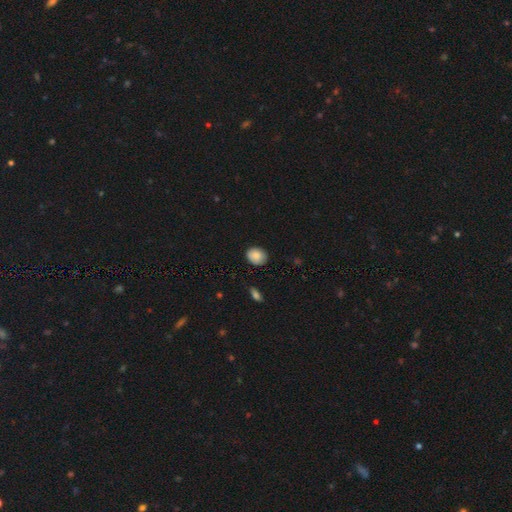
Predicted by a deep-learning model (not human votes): Smooth or featured?
  - smooth: 85% *
  - featured or disk: 8%
  - star or artifact: 7%
How rounded?
  - round: 52% *
  - in between: 47%
  - cigar-shaped: 1%
Merging?
  - none: 83% *
  - minor disturbance: 13%
  - major disturbance: 2%
  - merger: 1%